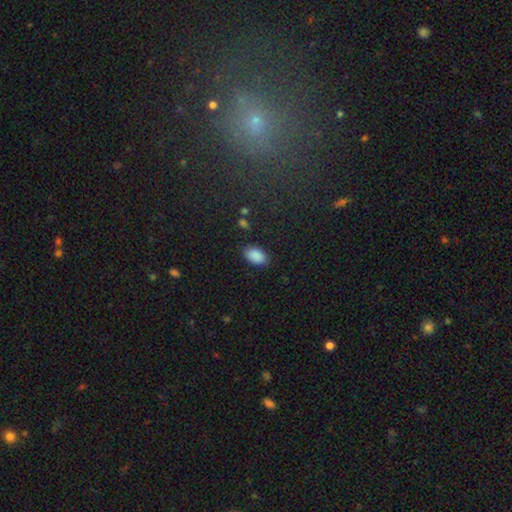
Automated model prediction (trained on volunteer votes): smooth-or-featured: smooth: 89% | star or artifact: 8% | featured or disk: 3%
  how-rounded: in between: 93% | round: 5% | cigar-shaped: 1%
  merging: none: 86% | minor disturbance: 10% | major disturbance: 2% | merger: 1%